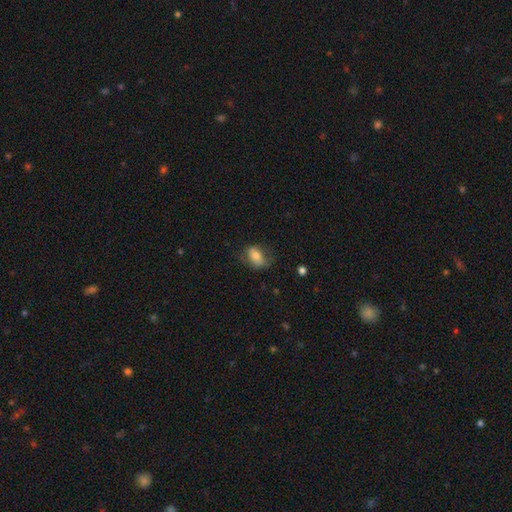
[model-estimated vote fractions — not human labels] Smooth or featured? Predicted: smooth (p=0.70). How rounded? Predicted: in between (p=0.82). Merging? Predicted: none (p=0.60).